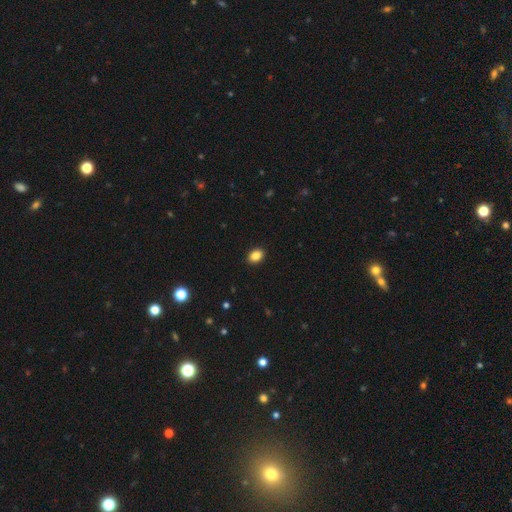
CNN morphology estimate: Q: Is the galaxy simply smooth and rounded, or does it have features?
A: smooth — 87%.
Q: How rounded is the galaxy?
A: in between — 75%.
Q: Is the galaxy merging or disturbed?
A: none — 91%.